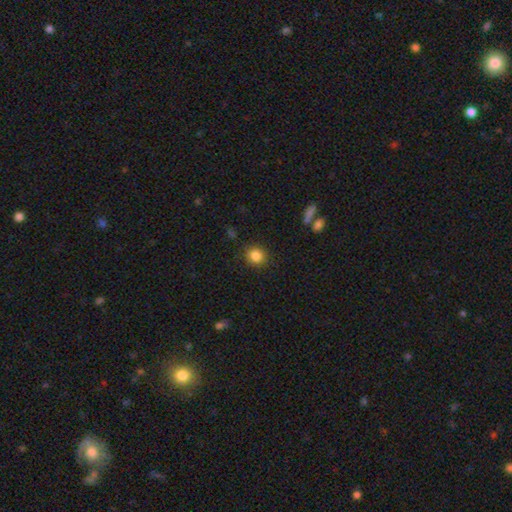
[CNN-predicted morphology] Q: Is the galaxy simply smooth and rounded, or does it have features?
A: smooth — 84%.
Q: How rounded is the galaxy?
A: round — 85%.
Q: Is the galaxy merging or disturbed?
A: none — 89%.